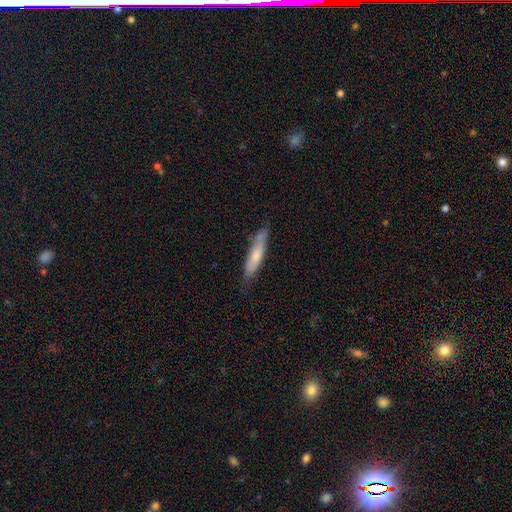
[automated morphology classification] This appears to be a smooth galaxy with no disk features (66%) that is cigar-shaped (86%). Merging: none (74%).